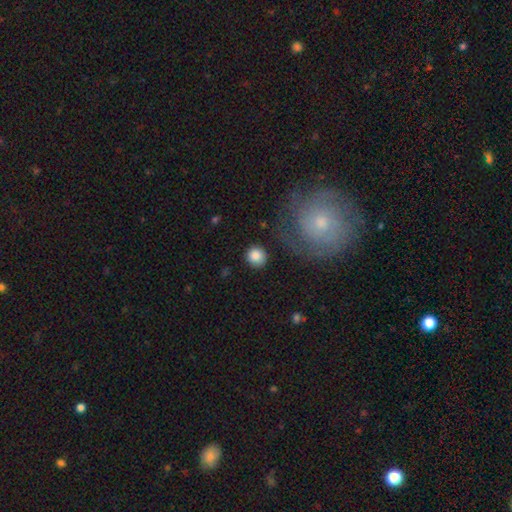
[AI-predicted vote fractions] smooth-or-featured: smooth: 86% | star or artifact: 9% | featured or disk: 6%
  how-rounded: round: 92% | in between: 7% | cigar-shaped: 1%
  merging: none: 87% | minor disturbance: 8% | major disturbance: 3% | merger: 2%